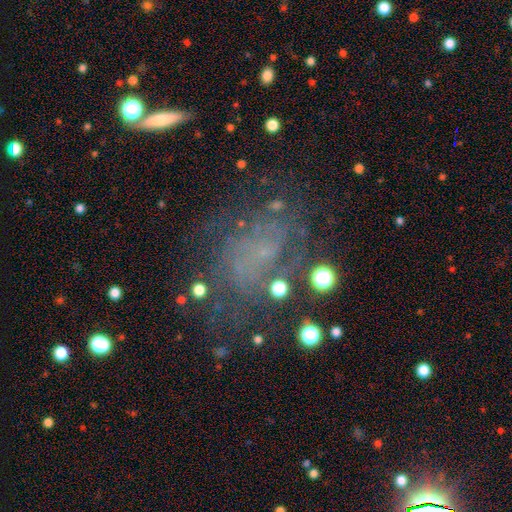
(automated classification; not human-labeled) Smooth or featured? featured or disk (41%)
Merging? none (60%)